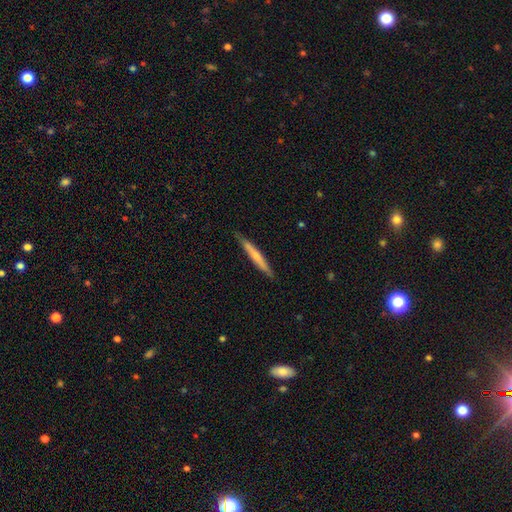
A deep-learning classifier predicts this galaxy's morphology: smooth-or-featured: smooth: 57% | featured or disk: 37% | star or artifact: 5%
  how-rounded: cigar-shaped: 96% | in between: 3% | round: 1%
  merging: none: 86% | minor disturbance: 11% | major disturbance: 2% | merger: 1%